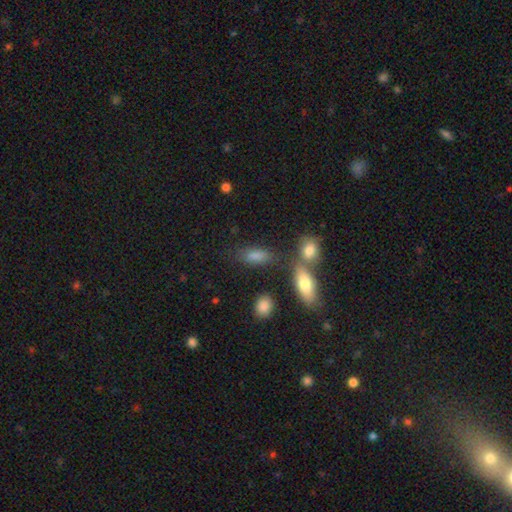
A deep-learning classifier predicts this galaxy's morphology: smooth-or-featured: smooth: 79% | featured or disk: 11% | star or artifact: 10%
  how-rounded: in between: 72% | cigar-shaped: 21% | round: 7%
  merging: none: 60% | merger: 20% | minor disturbance: 14% | major disturbance: 6%